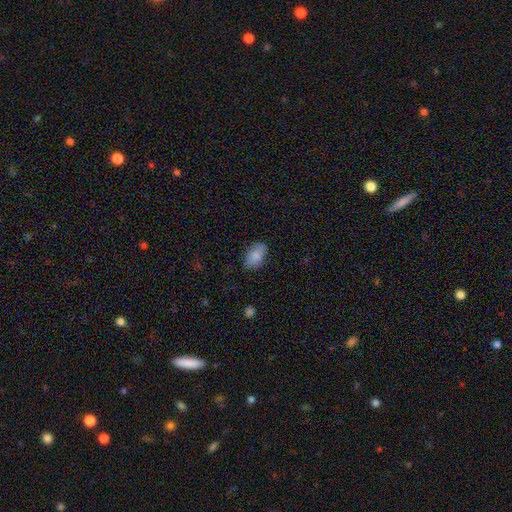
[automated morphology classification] A smooth galaxy with no disk features (83%) that is in between round and cigar-shaped (91%). Merging: none (81%).